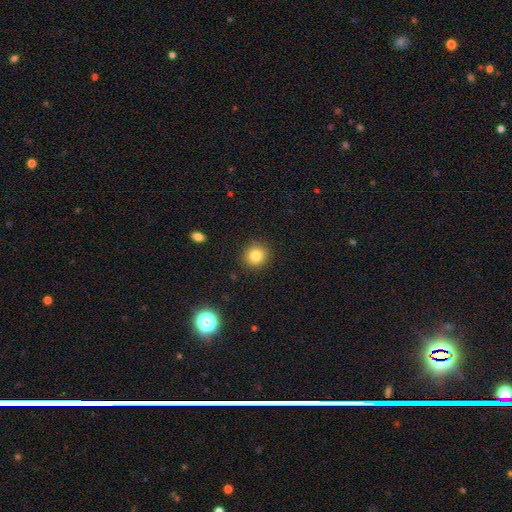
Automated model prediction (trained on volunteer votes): Q: Smooth or featured?
A: smooth (82%); runner-up: star or artifact (11%)
Q: How rounded?
A: round (89%); runner-up: in between (10%)
Q: Merging?
A: none (90%); runner-up: minor disturbance (7%)